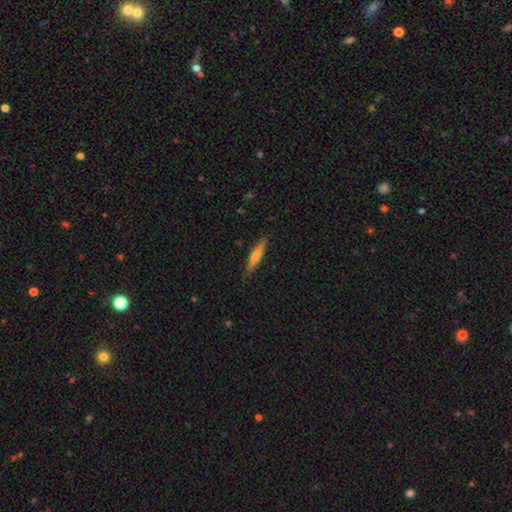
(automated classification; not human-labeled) Smooth or featured?
  - smooth: 57% *
  - featured or disk: 37%
  - star or artifact: 6%
How rounded?
  - cigar-shaped: 88% *
  - in between: 10%
  - round: 2%
Merging?
  - none: 87% *
  - minor disturbance: 10%
  - major disturbance: 2%
  - merger: 1%